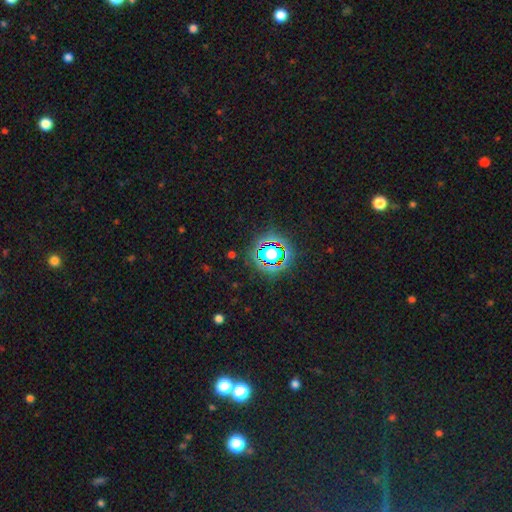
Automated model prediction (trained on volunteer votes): A star or artifact, not a galaxy (79%).